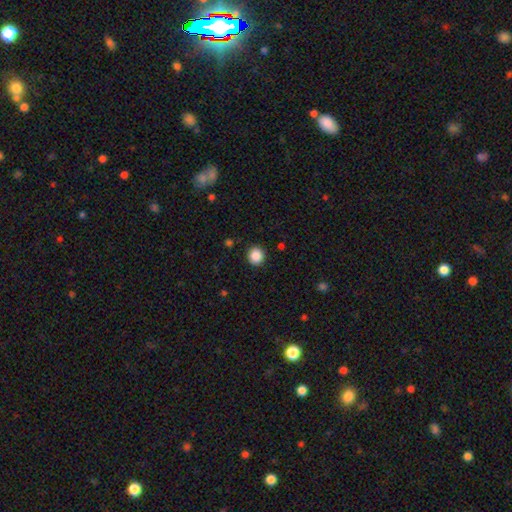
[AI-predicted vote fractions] smooth_or_featured: smooth (p=0.88) [alt: star or artifact p=0.09]
how_rounded: round (p=0.90) [alt: in between p=0.09]
merging: none (p=0.91) [alt: minor disturbance p=0.06]